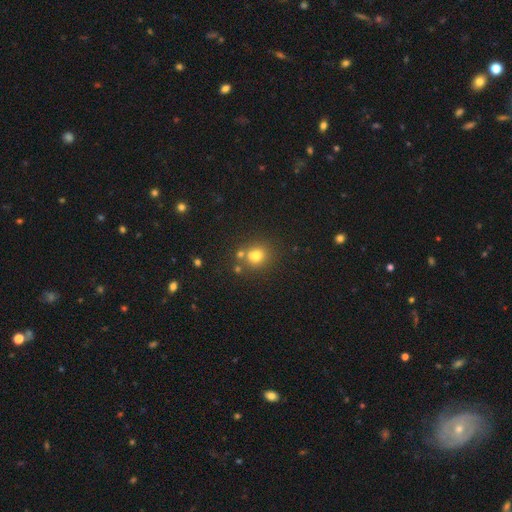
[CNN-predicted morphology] smooth-or-featured: smooth: 75% | star or artifact: 15% | featured or disk: 10%
  how-rounded: round: 78% | in between: 21% | cigar-shaped: 1%
  merging: none: 63% | merger: 22% | minor disturbance: 11% | major disturbance: 4%